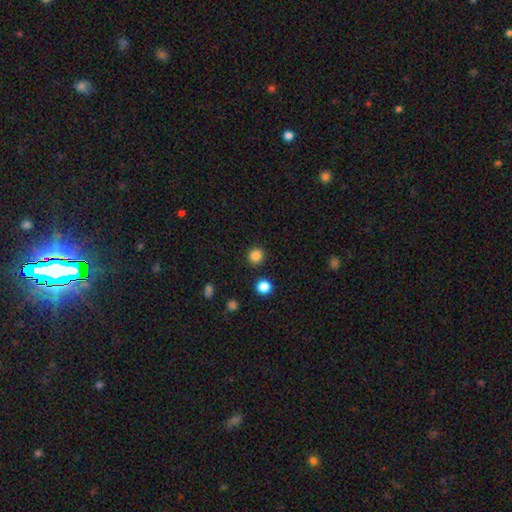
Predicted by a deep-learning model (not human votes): Overall: smooth (85%). How rounded: round (91%). Merging: none (90%).